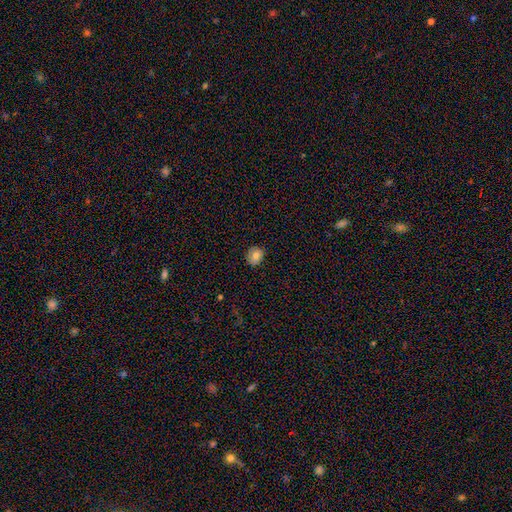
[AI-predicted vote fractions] smooth_or_featured: smooth (p=0.77) [alt: featured or disk p=0.14]
how_rounded: round (p=0.75) [alt: in between p=0.25]
merging: none (p=0.85) [alt: minor disturbance p=0.12]